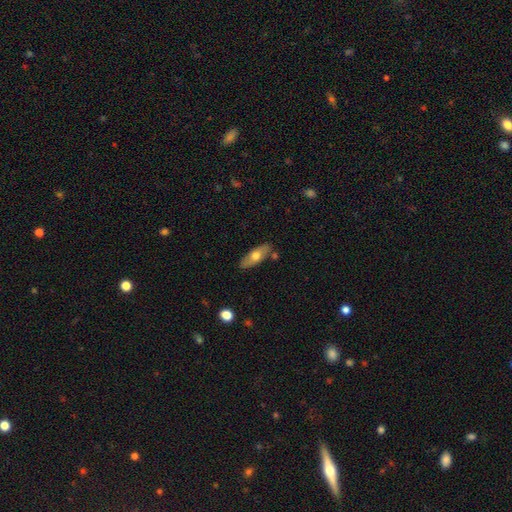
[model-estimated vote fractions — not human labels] smooth 58%, featured or disk 36%, star or artifact 6%. Down the decision tree: how rounded — in between (74%); merging — none (81%).